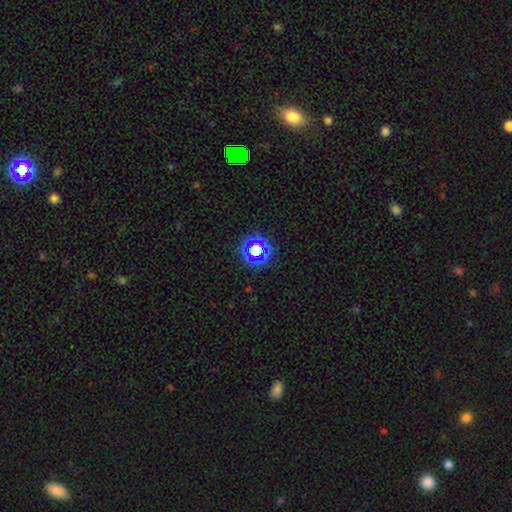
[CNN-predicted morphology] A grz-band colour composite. It shows a star or artifact, not a galaxy (69%).